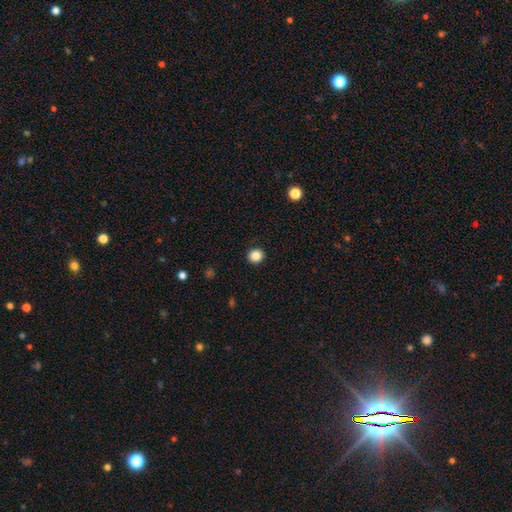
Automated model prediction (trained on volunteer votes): smooth_or_featured: smooth (p=0.85) [alt: star or artifact p=0.11]
how_rounded: round (p=0.90) [alt: in between p=0.09]
merging: none (p=0.92) [alt: minor disturbance p=0.05]